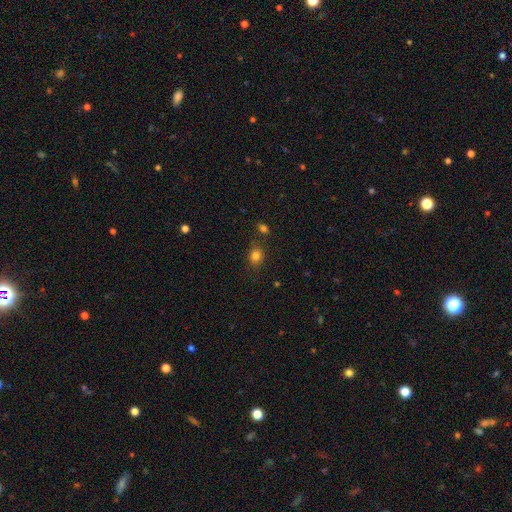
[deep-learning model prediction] A smooth galaxy with no disk features (81%) that is round (73%).

Vote fractions:
- Smooth or featured? smooth: 81% / star or artifact: 13% / featured or disk: 6%
- How rounded? round: 73% / in between: 26% / cigar-shaped: 1%
- Merging? none: 78% / minor disturbance: 13% / merger: 5% / major disturbance: 4%